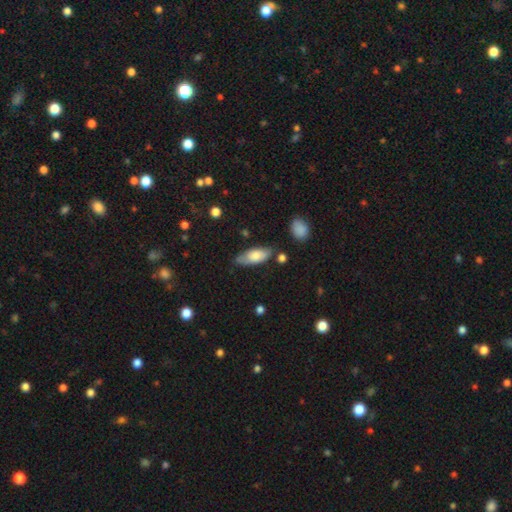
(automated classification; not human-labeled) Smooth or featured? Predicted: smooth (p=0.72). How rounded? Predicted: in between (p=0.80). Merging? Predicted: none (p=0.66).